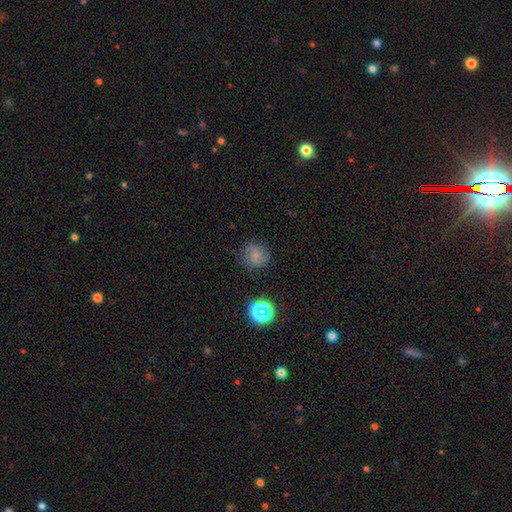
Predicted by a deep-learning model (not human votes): Smooth or featured?
  - smooth: 63% *
  - featured or disk: 20%
  - star or artifact: 17%
How rounded?
  - round: 89% *
  - in between: 10%
  - cigar-shaped: 1%
Merging?
  - none: 77% *
  - minor disturbance: 16%
  - major disturbance: 5%
  - merger: 2%